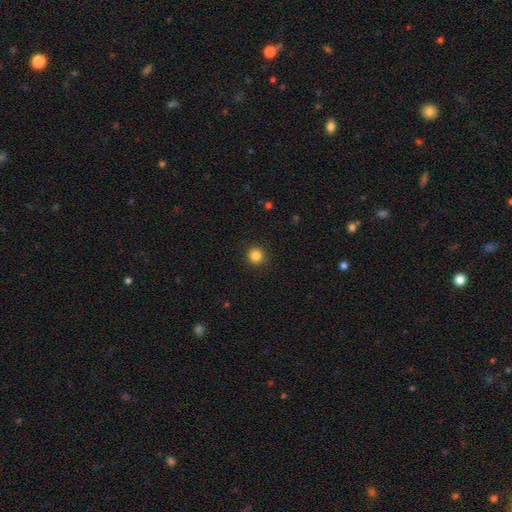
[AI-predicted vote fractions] Smooth or featured? Predicted: smooth (p=0.85). How rounded? Predicted: round (p=0.95). Merging? Predicted: none (p=0.92).